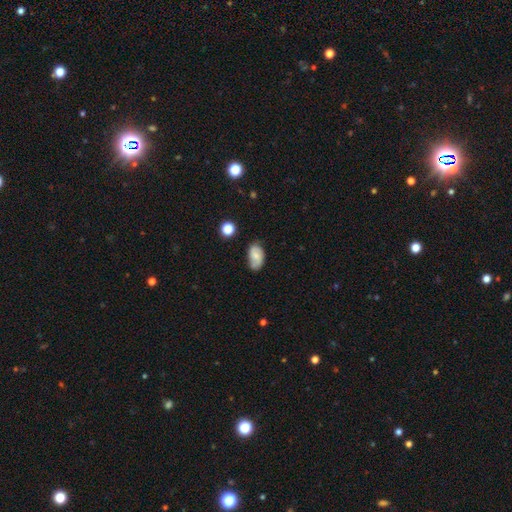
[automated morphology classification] Q: Smooth or featured?
A: smooth (56%); runner-up: featured or disk (35%)
Q: How rounded?
A: in between (90%); runner-up: round (8%)
Q: Merging?
A: none (68%); runner-up: minor disturbance (24%)